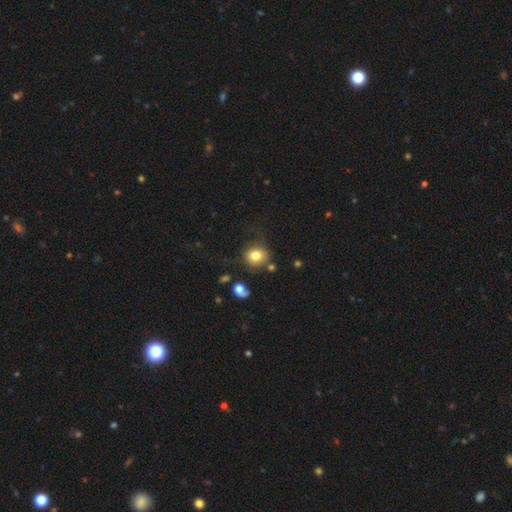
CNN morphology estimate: A smooth galaxy with no disk features (80%) that is round (82%). Merging: none (71%).